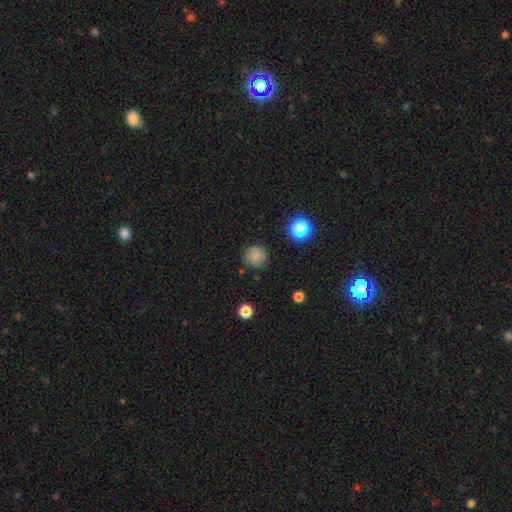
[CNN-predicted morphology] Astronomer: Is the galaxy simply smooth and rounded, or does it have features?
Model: smooth — 79%.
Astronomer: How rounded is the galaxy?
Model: round — 92%.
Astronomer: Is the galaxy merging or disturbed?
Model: none — 81%.